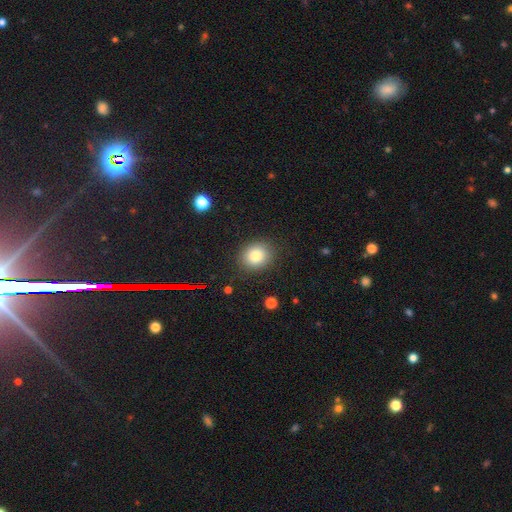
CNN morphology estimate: The model was most divided on "how rounded": round: 65%, in between: 34%, cigar-shaped: 1%. More confident: merging — none (86%); smooth or featured — smooth (80%).